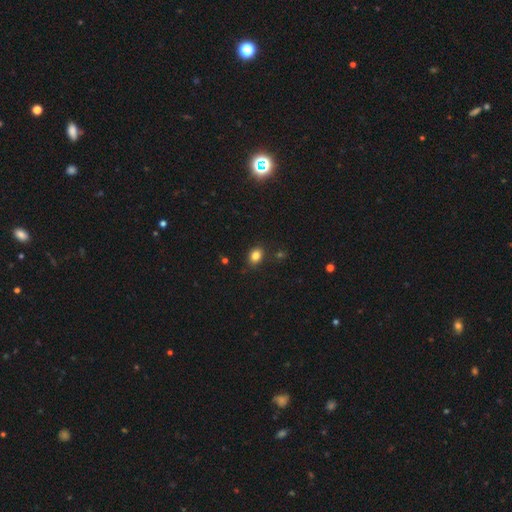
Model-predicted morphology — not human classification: Smooth or featured? smooth (83%)
How rounded? in between (64%)
Merging? none (84%)